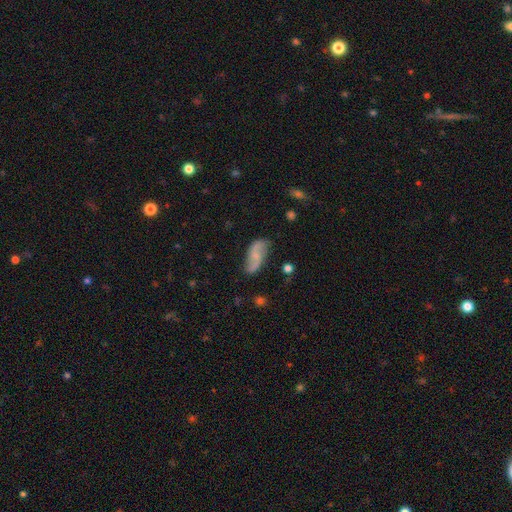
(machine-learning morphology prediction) A featured or disk galaxy (61%) with no bar (55%), 2 (90%) loose (73%) spiral arms (89%) and a small central bulge (52%). Merging: none (71%).